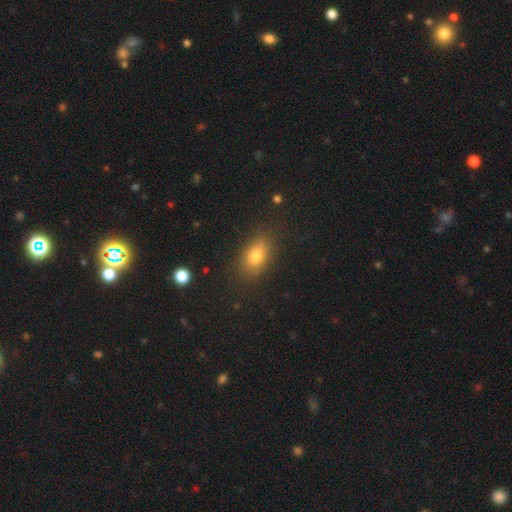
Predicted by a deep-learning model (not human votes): A smooth galaxy with no disk features (75%) that is in between round and cigar-shaped (78%). Merging: none (84%).